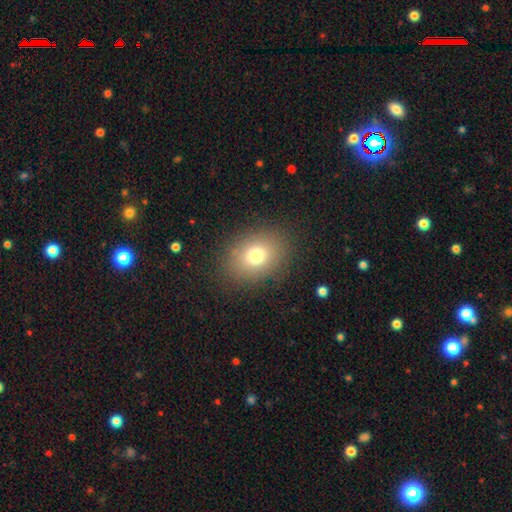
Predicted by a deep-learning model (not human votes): Smooth or featured? Predicted: smooth (p=0.75). How rounded? Predicted: in between (p=0.54). Merging? Predicted: none (p=0.86).